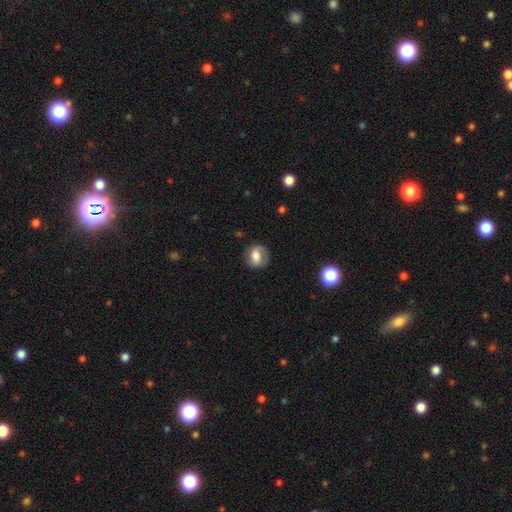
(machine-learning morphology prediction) This appears to be a smooth galaxy with no disk features (56%) that is round (57%). Merging: none (73%).